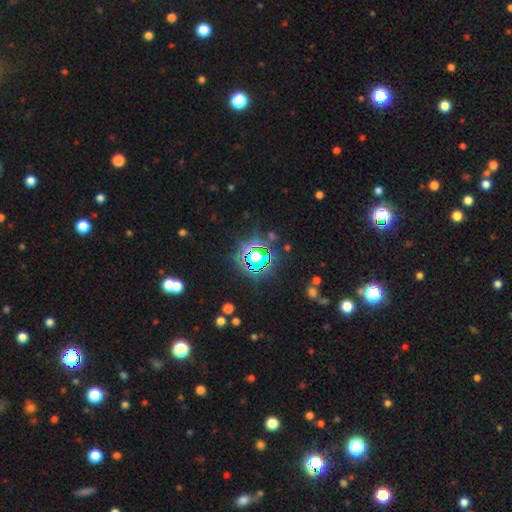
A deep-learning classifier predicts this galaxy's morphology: Q: Smooth or featured?
A: star or artifact (73%); runner-up: smooth (16%)